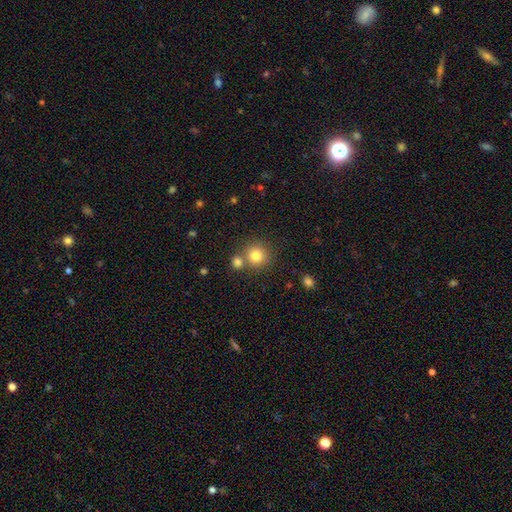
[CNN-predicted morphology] Q: Smooth or featured?
A: smooth (81%); runner-up: star or artifact (12%)
Q: How rounded?
A: round (91%); runner-up: in between (8%)
Q: Merging?
A: none (67%); runner-up: merger (22%)